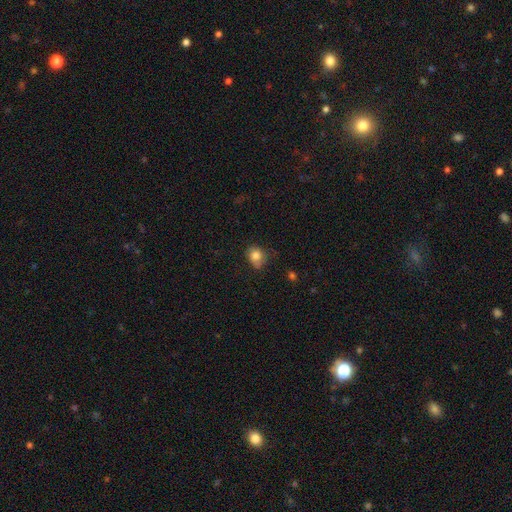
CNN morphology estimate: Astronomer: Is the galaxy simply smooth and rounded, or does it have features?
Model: smooth — 81%.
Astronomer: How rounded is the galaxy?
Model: round — 65%.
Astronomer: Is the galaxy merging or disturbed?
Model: none — 56% (runner-up: minor disturbance, 32%).